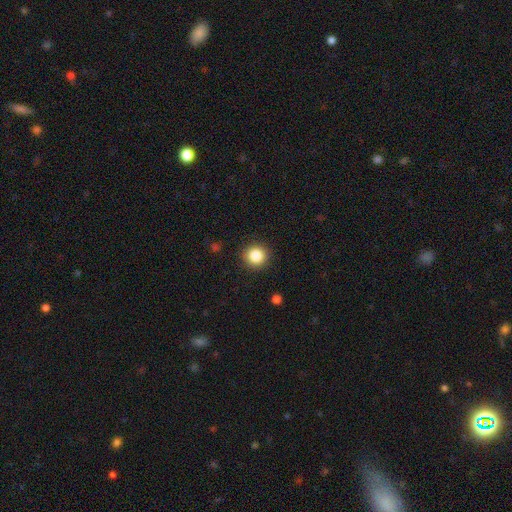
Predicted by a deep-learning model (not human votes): Smooth or featured? smooth (85%)
How rounded? round (94%)
Merging? none (91%)